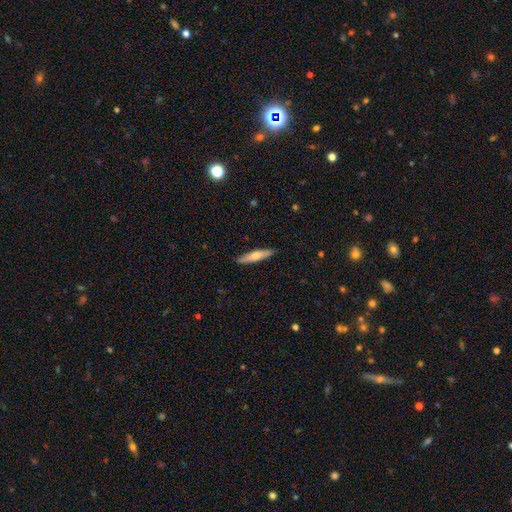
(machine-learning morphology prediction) Q: Smooth or featured?
A: smooth (64%); runner-up: featured or disk (30%)
Q: How rounded?
A: cigar-shaped (86%); runner-up: in between (13%)
Q: Merging?
A: none (88%); runner-up: minor disturbance (9%)